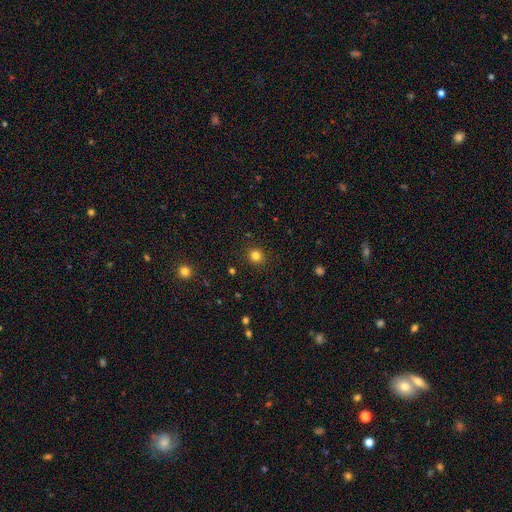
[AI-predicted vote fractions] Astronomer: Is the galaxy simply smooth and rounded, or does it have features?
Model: smooth — 82%.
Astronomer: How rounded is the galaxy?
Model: round — 90%.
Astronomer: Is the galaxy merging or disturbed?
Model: none — 90%.